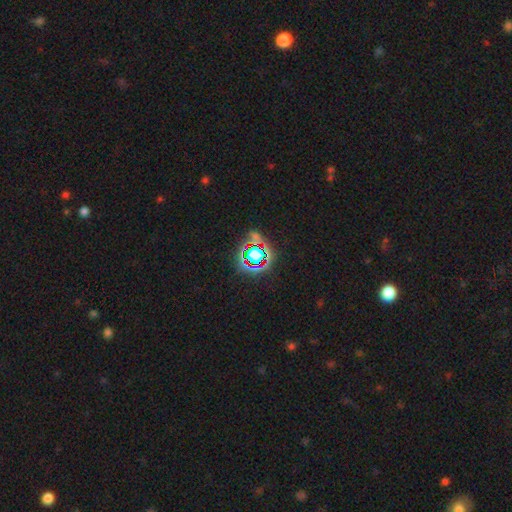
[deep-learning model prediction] Smooth or featured? Predicted: star or artifact (p=0.65).